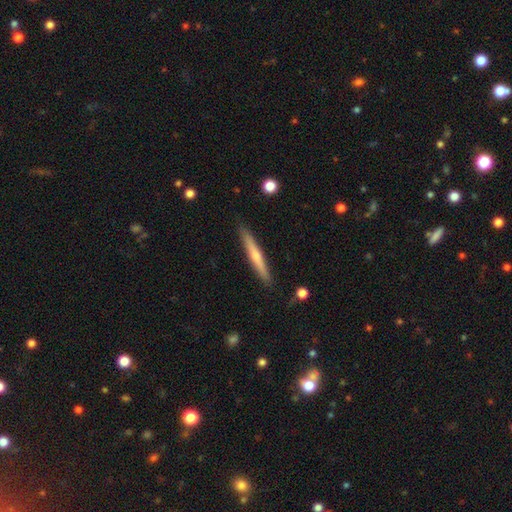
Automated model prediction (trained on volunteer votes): Smooth or featured? Predicted: featured or disk (p=0.54). Edge-on disk? Predicted: yes (p=0.95). Edge-on bulge? Predicted: rounded (p=0.71). Merging? Predicted: none (p=0.89).